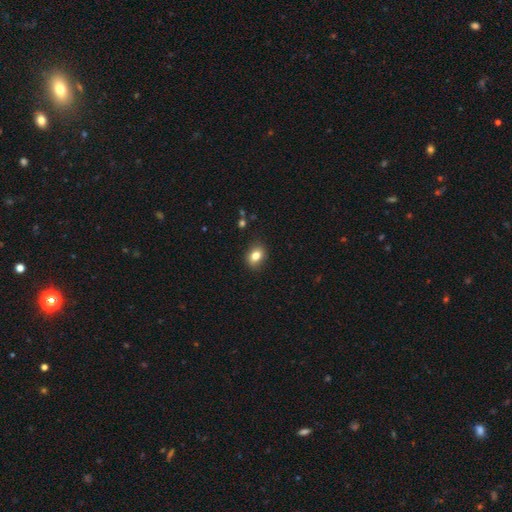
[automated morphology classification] Smooth or featured? smooth (82%)
How rounded? in between (64%)
Merging? none (87%)